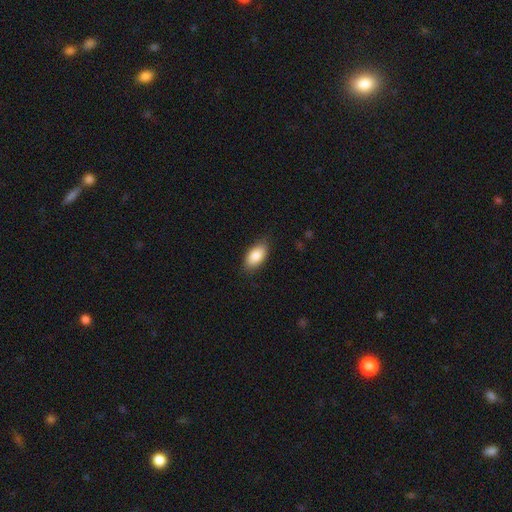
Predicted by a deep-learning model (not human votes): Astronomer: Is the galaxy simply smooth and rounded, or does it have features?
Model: smooth — 86%.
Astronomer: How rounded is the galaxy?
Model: in between — 92%.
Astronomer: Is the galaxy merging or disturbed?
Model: none — 83%.